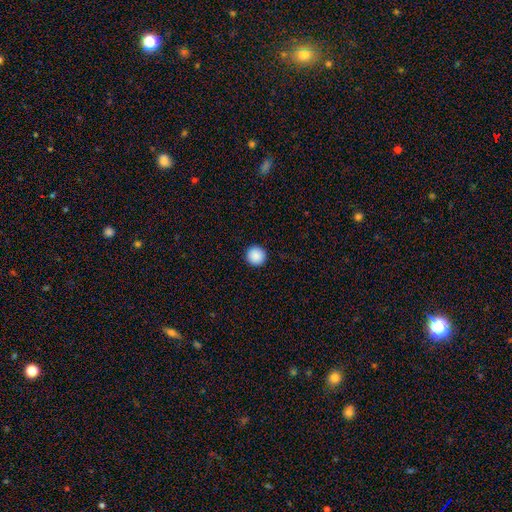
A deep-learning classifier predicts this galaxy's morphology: This appears to be a smooth galaxy with no disk features (90%) that is round (96%). Merging: none (93%).